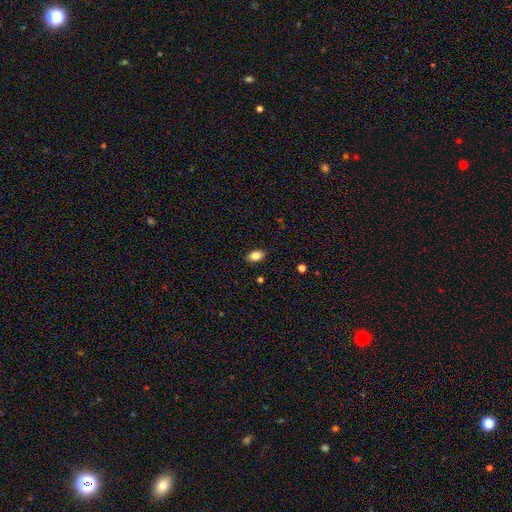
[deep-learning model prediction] Morphology: type=smooth (86%); roundness=in between (86%); merging=none (87%).